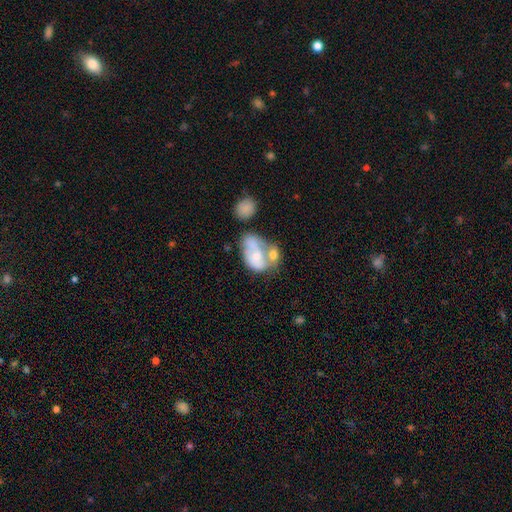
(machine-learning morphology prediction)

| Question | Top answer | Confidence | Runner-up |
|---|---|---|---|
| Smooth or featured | smooth | 50% | featured or disk (43%) |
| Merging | merger | 53% | none (17%) |